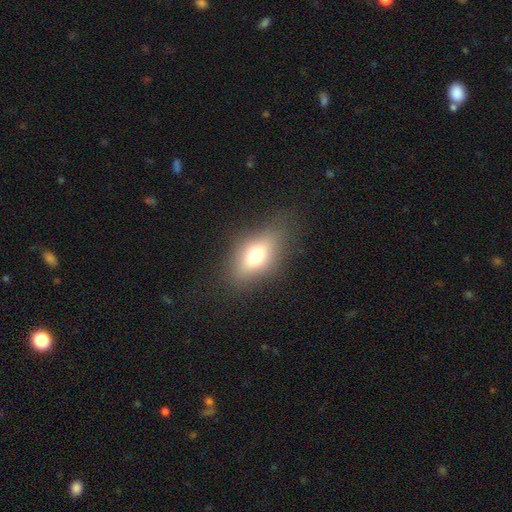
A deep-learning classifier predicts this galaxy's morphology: Smooth or featured: smooth — 69% (featured or disk — 19%)
How rounded: in between — 80% (round — 15%)
Merging: none — 76% (minor disturbance — 15%)